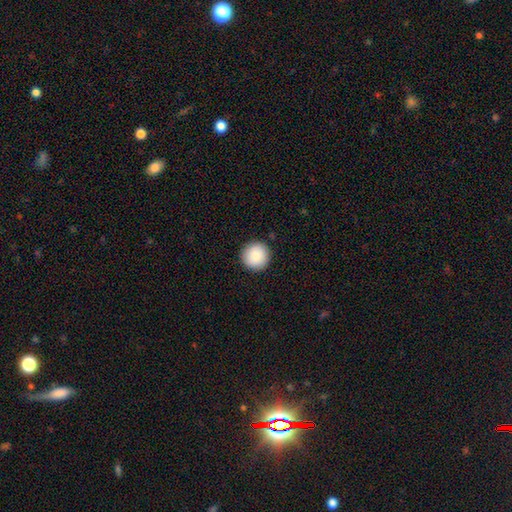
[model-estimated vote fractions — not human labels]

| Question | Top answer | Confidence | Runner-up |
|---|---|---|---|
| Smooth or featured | smooth | 88% | star or artifact (7%) |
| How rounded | round | 96% | in between (3%) |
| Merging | none | 92% | minor disturbance (6%) |